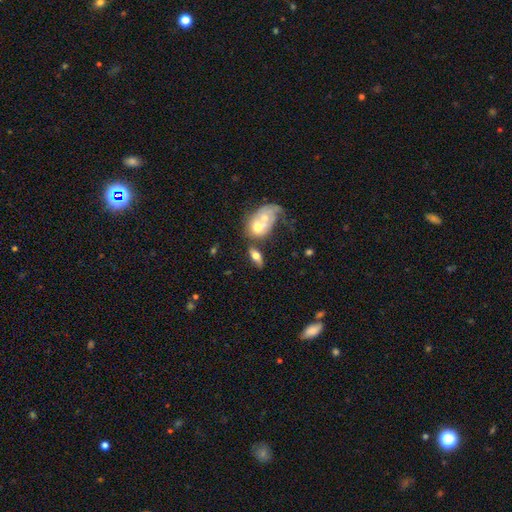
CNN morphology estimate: type=smooth (54%); roundness=in between (78%); merging=none (42%).